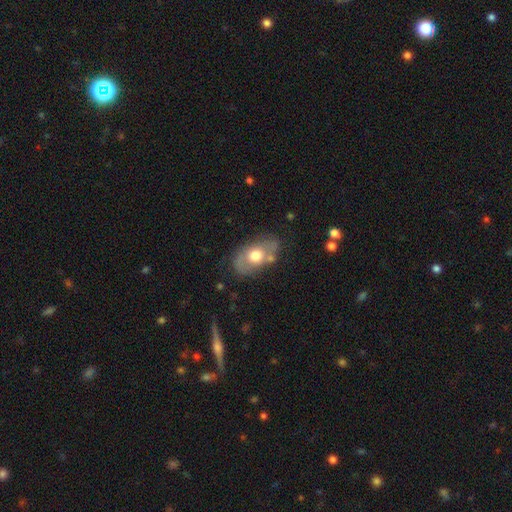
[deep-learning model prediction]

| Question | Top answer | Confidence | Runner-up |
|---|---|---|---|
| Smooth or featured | smooth | 52% | featured or disk (42%) |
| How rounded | in between | 86% | round (12%) |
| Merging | none | 68% | minor disturbance (21%) |